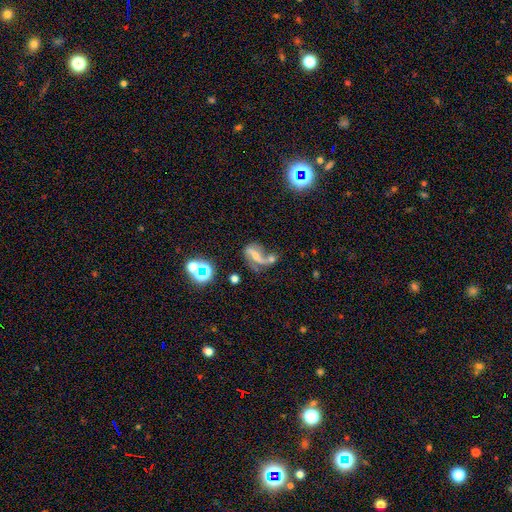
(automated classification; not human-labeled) This appears to be a featured or disk galaxy (71%) with a strong bar (38%), 2 (79%) loose (69%) spiral arms (86%) and a small central bulge (46%). Merging: none (37%).